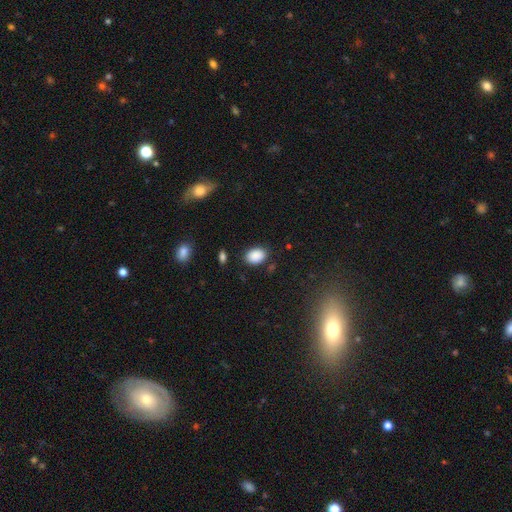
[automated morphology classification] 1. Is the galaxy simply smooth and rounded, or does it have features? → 89% smooth, 8% star or artifact, 3% featured or disk.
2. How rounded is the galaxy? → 78% in between, 21% round, 1% cigar-shaped.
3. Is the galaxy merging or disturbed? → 82% none, 13% minor disturbance, 3% major disturbance, 2% merger.